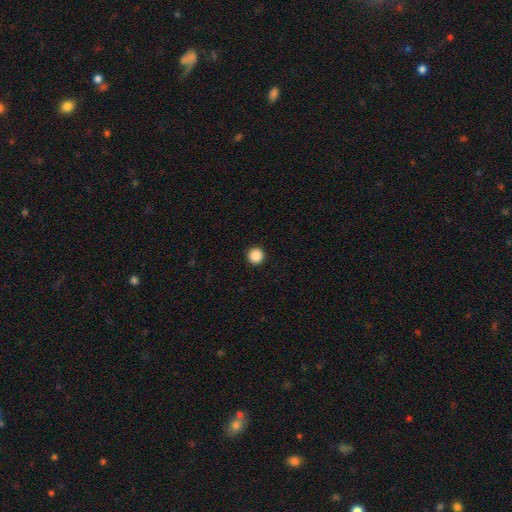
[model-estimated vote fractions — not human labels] This appears to be a smooth galaxy with no disk features (88%) that is round (95%). Merging: none (94%).